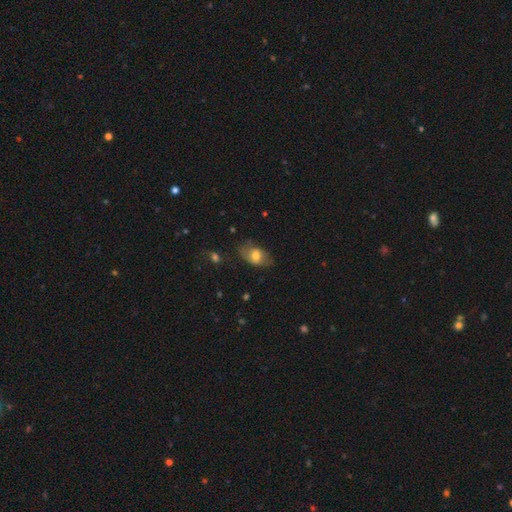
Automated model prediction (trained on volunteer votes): A smooth galaxy with no disk features (66%) that is in between round and cigar-shaped (85%).

Vote fractions:
- Smooth or featured? smooth: 66% / featured or disk: 25% / star or artifact: 9%
- How rounded? in between: 85% / round: 13% / cigar-shaped: 2%
- Merging? none: 67% / minor disturbance: 24% / major disturbance: 7% / merger: 2%